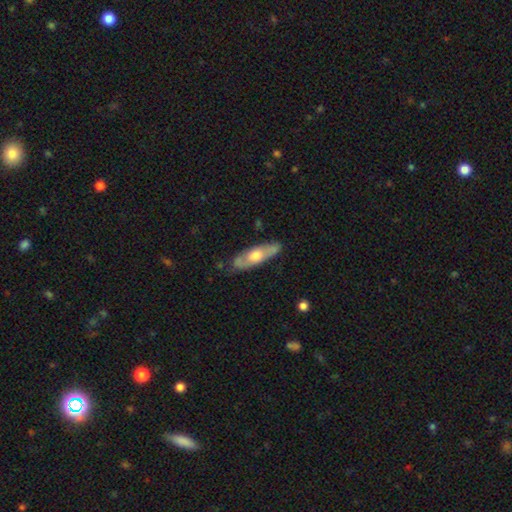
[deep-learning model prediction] smooth-or-featured: featured or disk: 56% | smooth: 39% | star or artifact: 5%
  disk-edge-on: no: 52% | yes: 48%
  merging: none: 82% | minor disturbance: 14% | major disturbance: 3% | merger: 2%